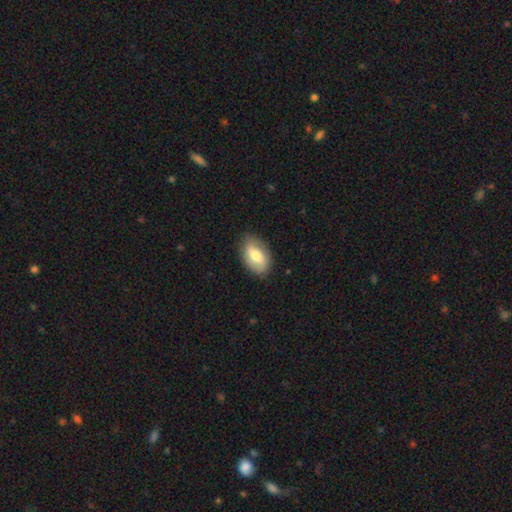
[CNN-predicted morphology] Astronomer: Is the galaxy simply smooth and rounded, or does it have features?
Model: smooth — 65%.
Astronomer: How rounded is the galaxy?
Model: in between — 91%.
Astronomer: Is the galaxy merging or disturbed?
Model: none — 80%.